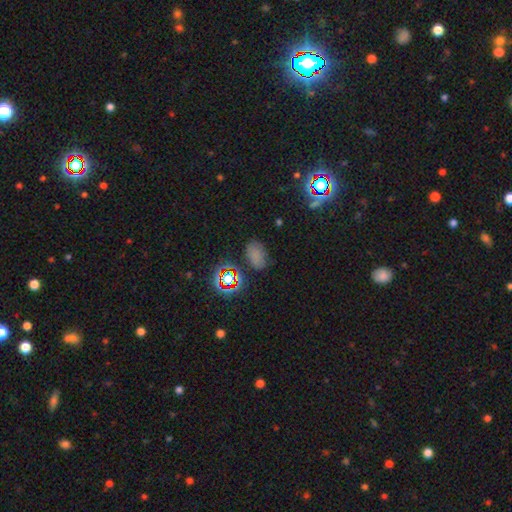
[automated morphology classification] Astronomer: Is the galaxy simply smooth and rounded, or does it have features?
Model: smooth — 61%.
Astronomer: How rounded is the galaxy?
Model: in between — 83%.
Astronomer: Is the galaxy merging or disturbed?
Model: none — 69%.